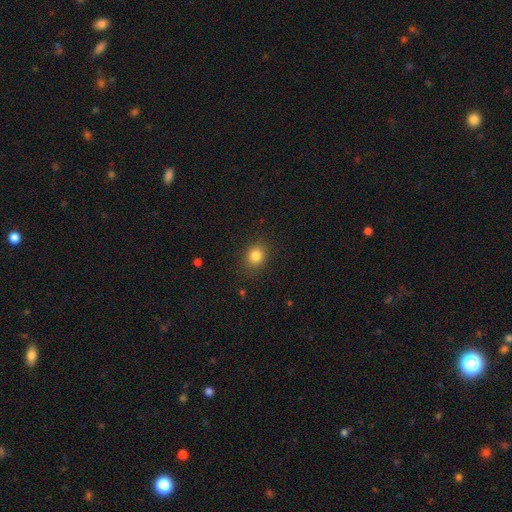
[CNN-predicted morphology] Smooth or featured? Predicted: smooth (p=0.82). How rounded? Predicted: round (p=0.62). Merging? Predicted: none (p=0.87).